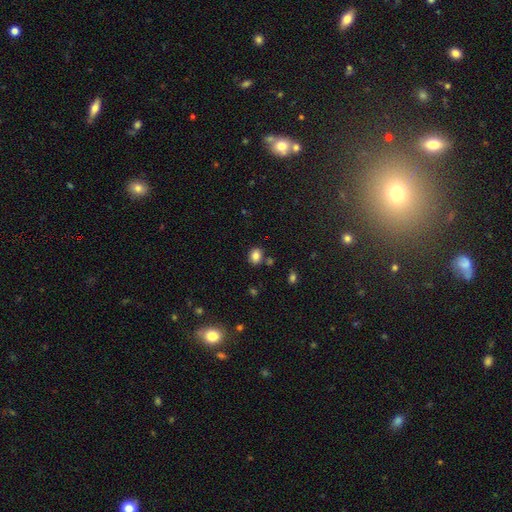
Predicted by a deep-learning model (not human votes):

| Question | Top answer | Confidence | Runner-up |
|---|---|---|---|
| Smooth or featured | smooth | 84% | star or artifact (11%) |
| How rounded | round | 50% | in between (49%) |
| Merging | none | 79% | minor disturbance (11%) |